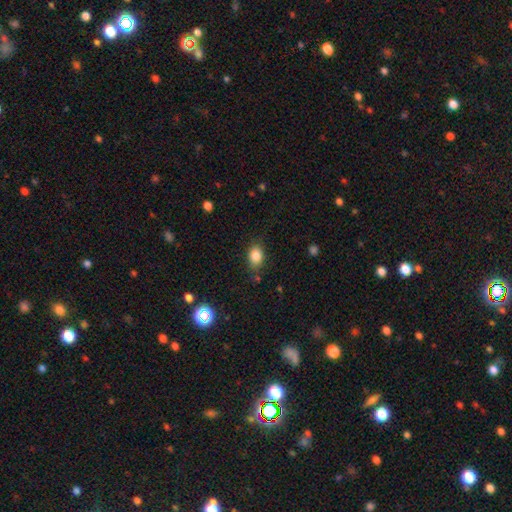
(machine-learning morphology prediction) Smooth or featured?
  - smooth: 84% *
  - star or artifact: 10%
  - featured or disk: 7%
How rounded?
  - in between: 76% *
  - round: 22%
  - cigar-shaped: 2%
Merging?
  - none: 79% *
  - minor disturbance: 15%
  - major disturbance: 4%
  - merger: 2%